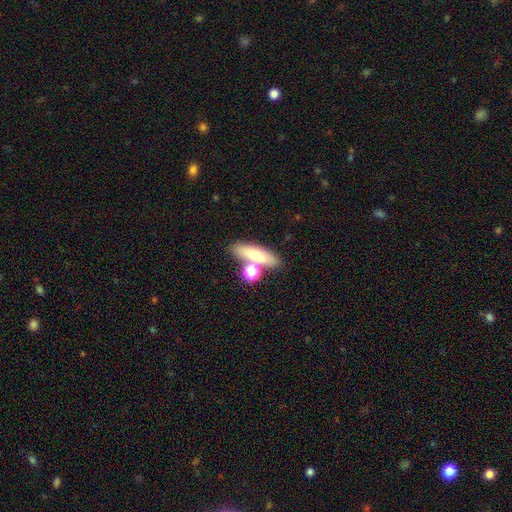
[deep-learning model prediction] Smooth or featured? Predicted: smooth (p=0.68). How rounded? Predicted: cigar-shaped (p=0.47). Merging? Predicted: none (p=0.63).